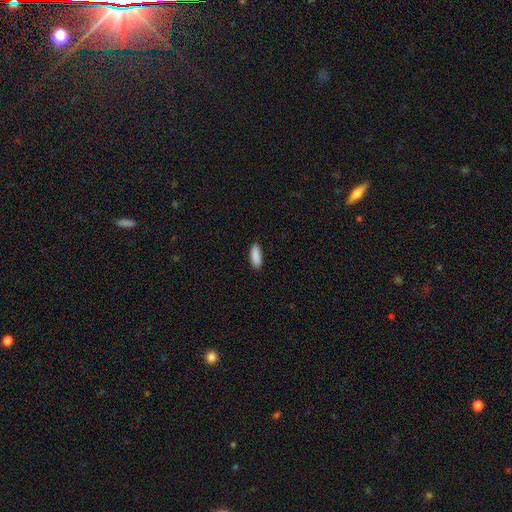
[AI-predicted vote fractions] smooth-or-featured: smooth: 91% | star or artifact: 6% | featured or disk: 3%
  how-rounded: in between: 71% | cigar-shaped: 27% | round: 2%
  merging: none: 89% | minor disturbance: 8% | major disturbance: 2% | merger: 1%